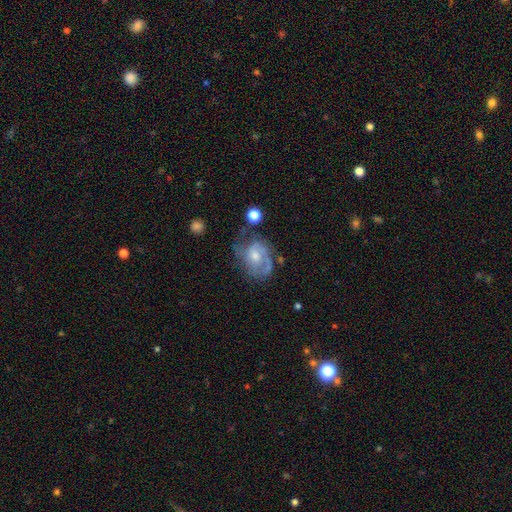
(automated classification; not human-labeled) Smooth or featured? Predicted: featured or disk (p=0.66). Edge-on disk? Predicted: no (p=0.97). Bar? Predicted: no (p=0.67). Spiral arms? Predicted: yes (p=0.79). Spiral winding? Predicted: medium (p=0.43). Spiral arm count? Predicted: 2 (p=0.43). Bulge size? Predicted: moderate (p=0.53). Merging? Predicted: none (p=0.42).